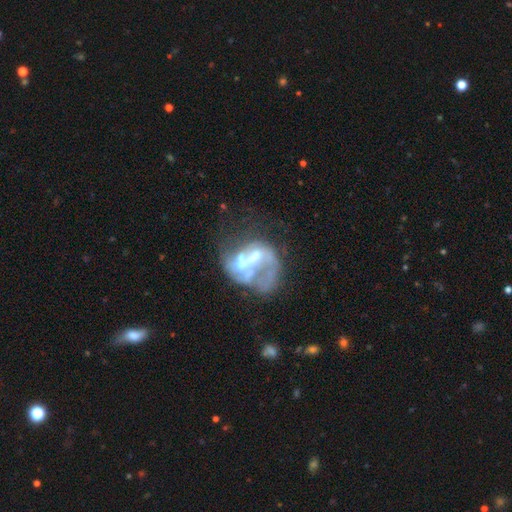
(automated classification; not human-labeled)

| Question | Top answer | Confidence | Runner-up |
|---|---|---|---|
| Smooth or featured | featured or disk | 69% | smooth (20%) |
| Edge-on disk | no | 98% | yes (2%) |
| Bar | no | 63% | weak (25%) |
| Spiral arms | no | 68% | yes (32%) |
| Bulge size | moderate | 41% | none (28%) |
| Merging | major disturbance | 39% | merger (31%) |